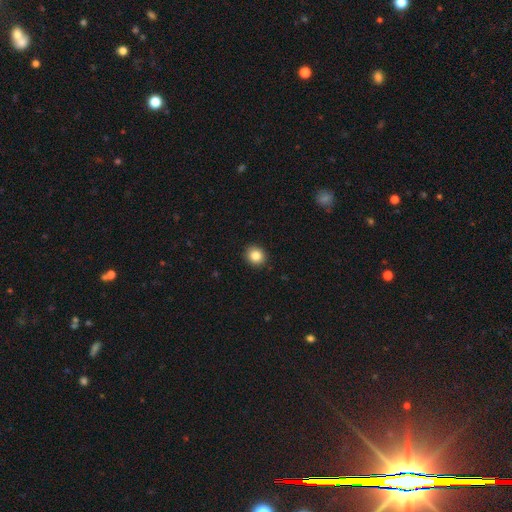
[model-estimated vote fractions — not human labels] A smooth galaxy with no disk features (85%) that is round (83%). Merging: none (92%).